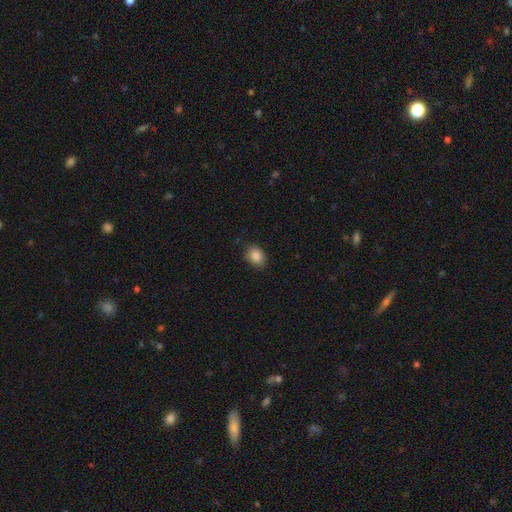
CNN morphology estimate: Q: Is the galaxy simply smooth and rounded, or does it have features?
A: smooth — 87%.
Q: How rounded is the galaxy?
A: in between — 64%.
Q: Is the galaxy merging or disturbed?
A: none — 81%.